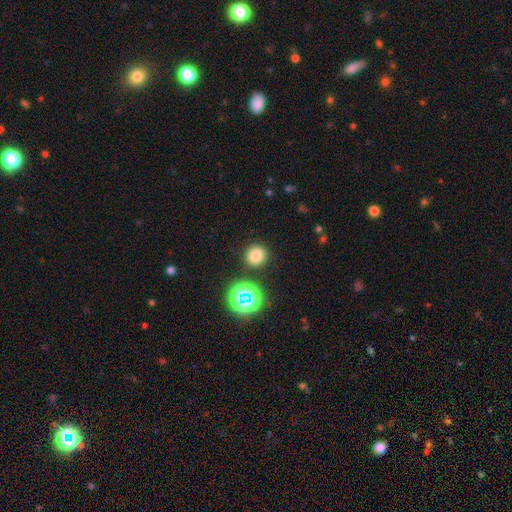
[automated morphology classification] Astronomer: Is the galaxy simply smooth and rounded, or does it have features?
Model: smooth — 75%.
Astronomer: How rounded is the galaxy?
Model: round — 93%.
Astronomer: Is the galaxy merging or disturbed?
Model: none — 88%.